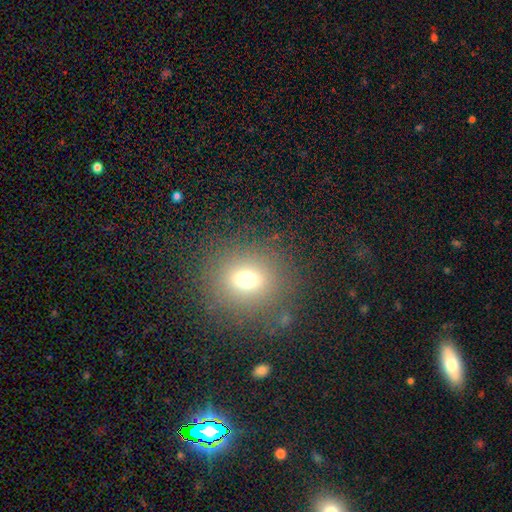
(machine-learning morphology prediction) A smooth galaxy with no disk features (64%) that is round (79%). Merging: none (87%).